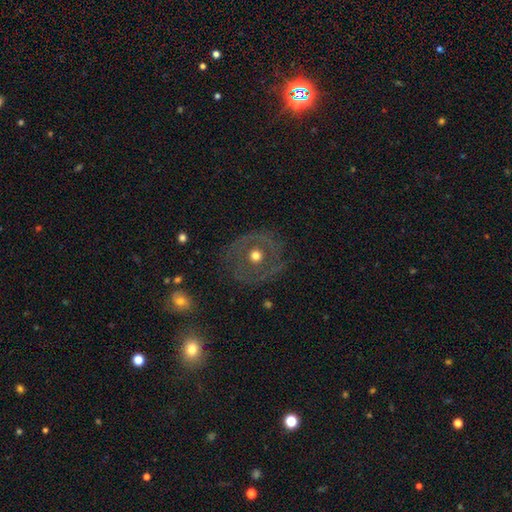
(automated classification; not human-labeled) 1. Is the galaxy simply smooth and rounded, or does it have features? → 54% featured or disk, 37% smooth, 9% star or artifact.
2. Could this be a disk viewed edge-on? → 95% no, 5% yes.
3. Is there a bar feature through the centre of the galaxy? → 90% no, 7% weak, 3% strong.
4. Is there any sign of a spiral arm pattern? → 78% no, 22% yes.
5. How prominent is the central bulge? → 77% moderate, 11% small, 9% large, 1% dominant, 1% none.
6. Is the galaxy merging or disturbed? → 78% none, 13% minor disturbance, 7% major disturbance, 2% merger.